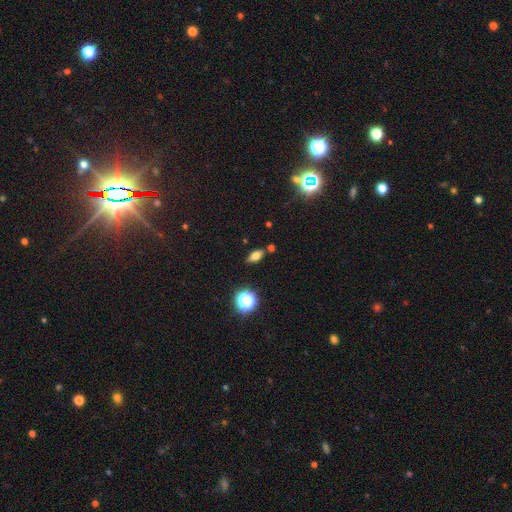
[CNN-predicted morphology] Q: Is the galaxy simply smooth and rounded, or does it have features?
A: smooth — 64%.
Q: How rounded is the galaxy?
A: in between — 76%.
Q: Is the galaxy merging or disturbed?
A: none — 80%.